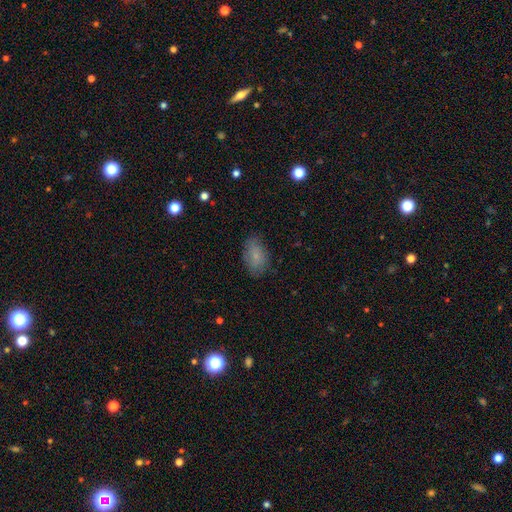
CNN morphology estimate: A smooth galaxy with no disk features (77%) that is in between round and cigar-shaped (90%). Merging: none (78%).